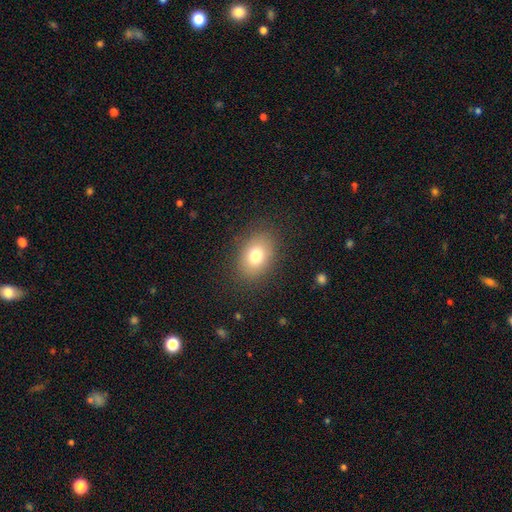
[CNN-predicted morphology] Smooth or featured?
  - smooth: 77% *
  - featured or disk: 13%
  - star or artifact: 11%
How rounded?
  - in between: 74% *
  - round: 25%
  - cigar-shaped: 1%
Merging?
  - none: 85% *
  - minor disturbance: 10%
  - major disturbance: 4%
  - merger: 1%